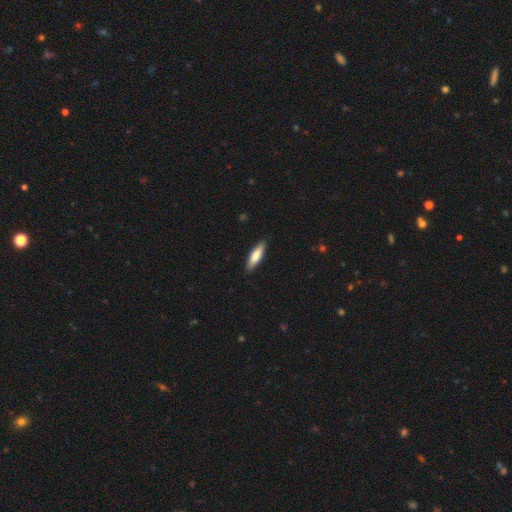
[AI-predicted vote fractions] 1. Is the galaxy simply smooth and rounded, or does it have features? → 76% smooth, 19% featured or disk, 5% star or artifact.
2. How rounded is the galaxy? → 64% cigar-shaped, 35% in between, 1% round.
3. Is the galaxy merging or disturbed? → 89% none, 9% minor disturbance, 2% major disturbance, 1% merger.